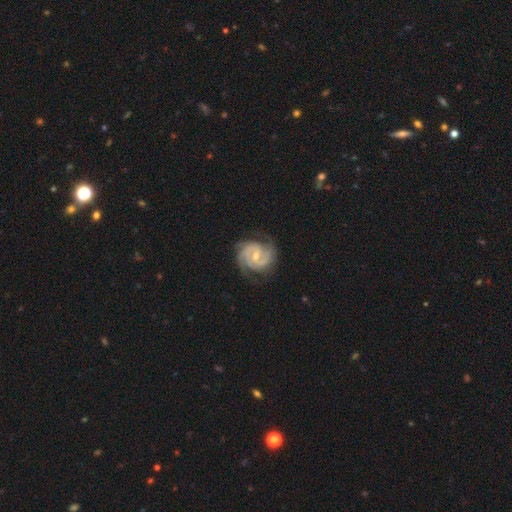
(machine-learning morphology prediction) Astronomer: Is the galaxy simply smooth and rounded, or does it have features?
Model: featured or disk — 89%.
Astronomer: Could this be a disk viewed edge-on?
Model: no — 98%.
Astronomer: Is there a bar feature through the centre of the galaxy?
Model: weak — 48% (runner-up: no, 39%).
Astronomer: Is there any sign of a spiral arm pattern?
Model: yes — 98%.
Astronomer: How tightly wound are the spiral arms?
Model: tight — 56% (runner-up: medium, 37%).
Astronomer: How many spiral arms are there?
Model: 2 — 57%.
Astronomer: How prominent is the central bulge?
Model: small — 50% (runner-up: moderate, 46%).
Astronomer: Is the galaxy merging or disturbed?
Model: none — 75%.